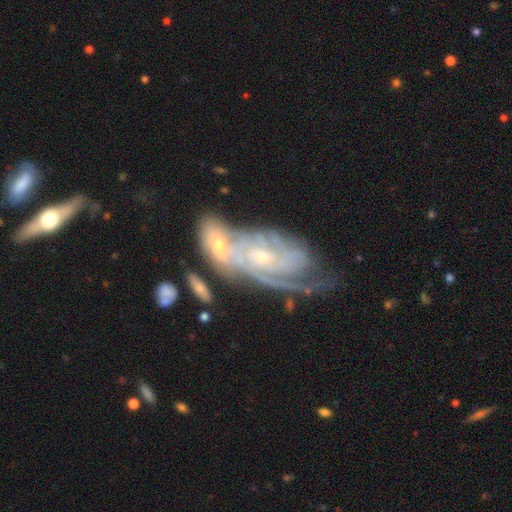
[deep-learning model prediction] Smooth or featured? Predicted: featured or disk (p=0.84). Edge-on disk? Predicted: no (p=0.93). Bar? Predicted: no (p=0.62). Spiral arms? Predicted: yes (p=0.94). Spiral winding? Predicted: tight (p=0.67). Spiral arm count? Predicted: can't tell (p=0.38). Bulge size? Predicted: small (p=0.63). Merging? Predicted: merger (p=0.48).